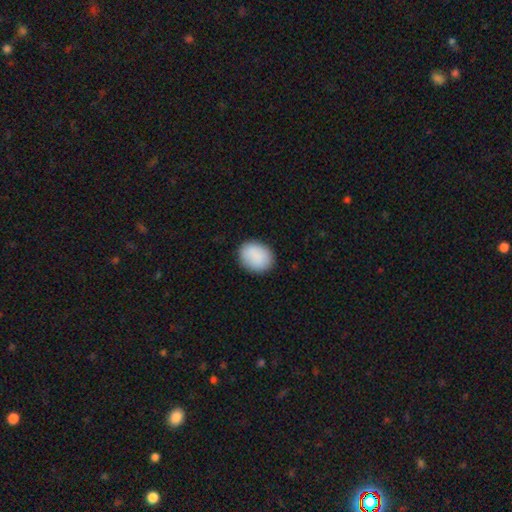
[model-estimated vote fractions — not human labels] A smooth galaxy with no disk features (89%) that is in between round and cigar-shaped (55%).

Vote fractions:
- Smooth or featured? smooth: 89% / star or artifact: 7% / featured or disk: 5%
- How rounded? in between: 55% / round: 44% / cigar-shaped: 1%
- Merging? none: 86% / minor disturbance: 10% / major disturbance: 2% / merger: 1%